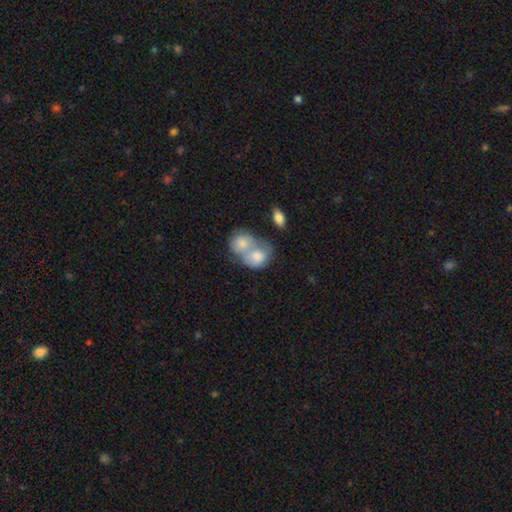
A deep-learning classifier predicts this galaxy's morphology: smooth 69%, featured or disk 22%, star or artifact 9%. Down the decision tree: how rounded — round (54%); merging — merger (73%).